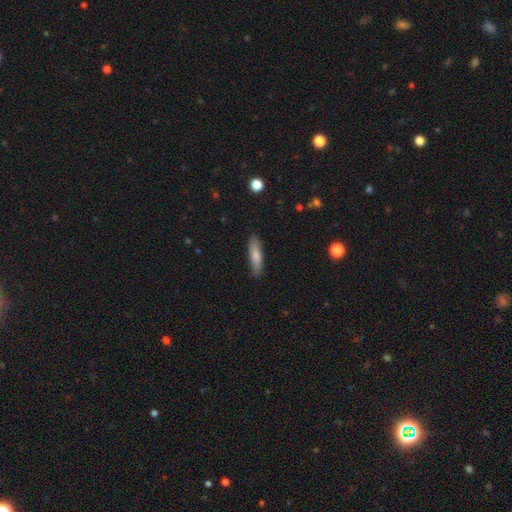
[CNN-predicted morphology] This is likely a smooth galaxy (77%). How rounded: likely cigar-shaped (72%). Merging: clearly none (88%).